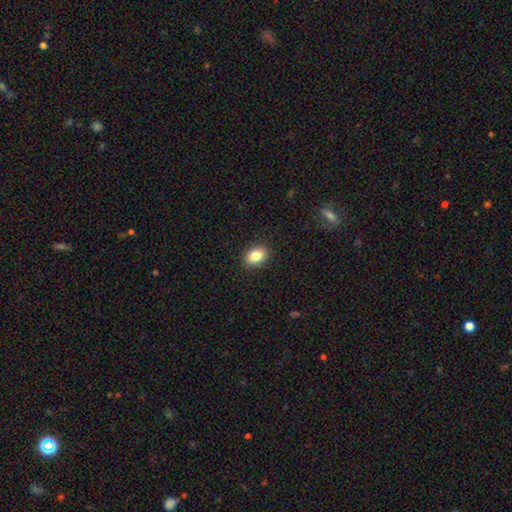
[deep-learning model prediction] A smooth galaxy with no disk features (85%) that is in between round and cigar-shaped (75%).

Vote fractions:
- Smooth or featured? smooth: 85% / star or artifact: 9% / featured or disk: 7%
- How rounded? in between: 75% / round: 24% / cigar-shaped: 1%
- Merging? none: 90% / minor disturbance: 7% / major disturbance: 2% / merger: 1%